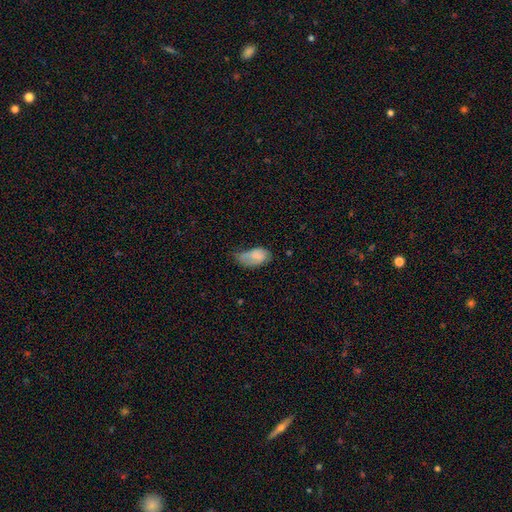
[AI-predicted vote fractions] Smooth or featured? smooth (74%)
How rounded? in between (93%)
Merging? minor disturbance (44%)